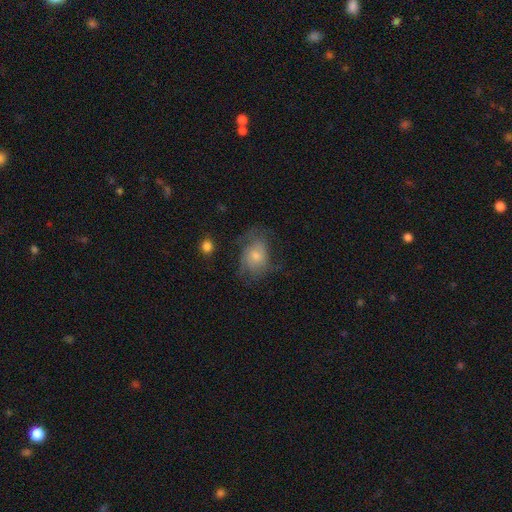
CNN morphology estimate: This is marginally a featured or disk galaxy (45%). Merging: possibly none (51%).